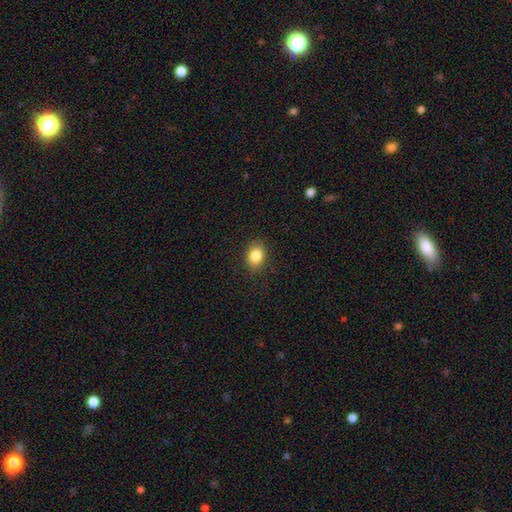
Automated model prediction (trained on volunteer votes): A smooth galaxy with no disk features (85%) that is in between round and cigar-shaped (68%).

Vote fractions:
- Smooth or featured? smooth: 85% / star or artifact: 9% / featured or disk: 6%
- How rounded? in between: 68% / round: 31% / cigar-shaped: 1%
- Merging? none: 87% / minor disturbance: 10% / major disturbance: 3% / merger: 1%